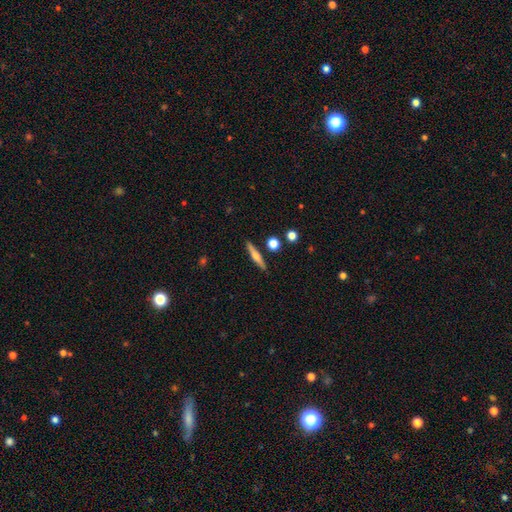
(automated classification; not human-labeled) Q: Smooth or featured?
A: featured or disk (50%); runner-up: smooth (43%)
Q: Edge-on disk?
A: yes (96%); runner-up: no (4%)
Q: Merging?
A: none (88%); runner-up: minor disturbance (7%)